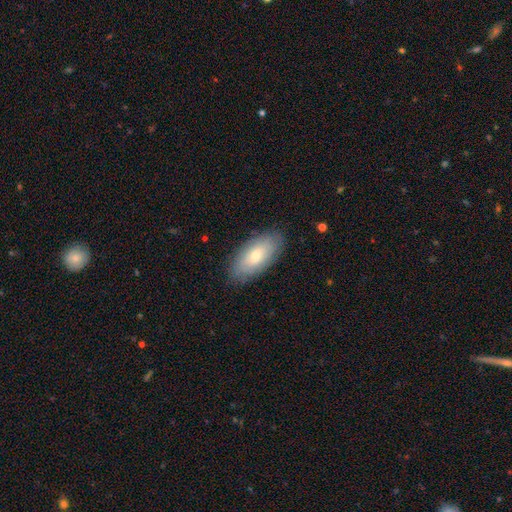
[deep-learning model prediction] A smooth galaxy with no disk features (64%) that is in between round and cigar-shaped (90%). Merging: none (84%).